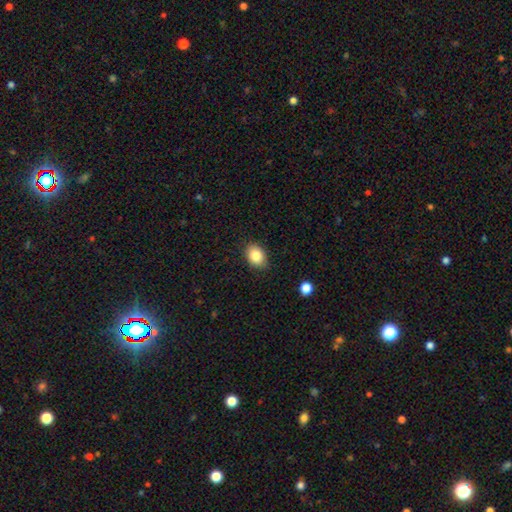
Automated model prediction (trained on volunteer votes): Smooth or featured? Predicted: smooth (p=0.84). How rounded? Predicted: in between (p=0.69). Merging? Predicted: none (p=0.86).